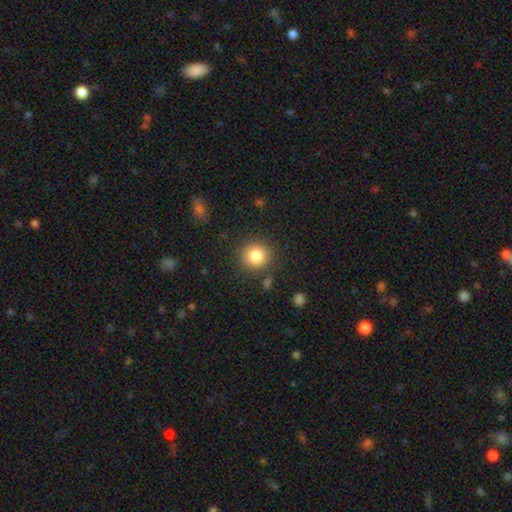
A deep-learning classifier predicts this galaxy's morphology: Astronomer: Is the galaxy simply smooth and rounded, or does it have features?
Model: smooth — 83%.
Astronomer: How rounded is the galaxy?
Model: round — 92%.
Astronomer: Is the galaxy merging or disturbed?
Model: none — 87%.